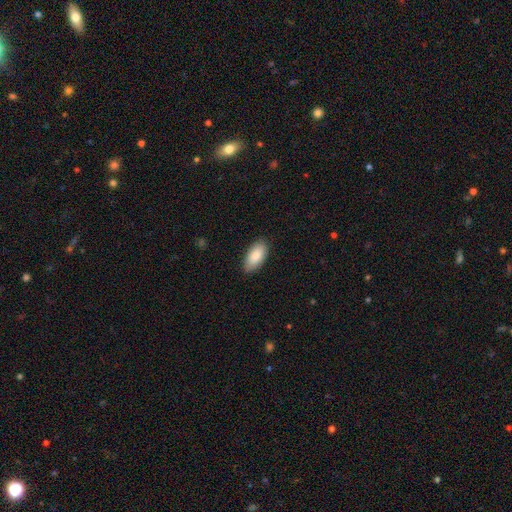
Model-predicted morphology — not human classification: A smooth galaxy with no disk features (87%) that is in between round and cigar-shaped (93%). Merging: none (86%).